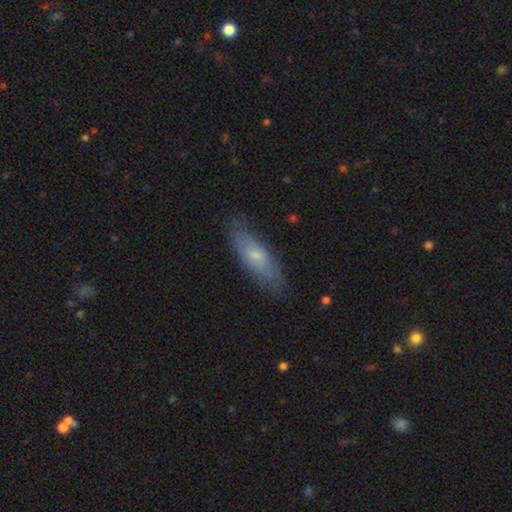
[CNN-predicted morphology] smooth 58%, featured or disk 35%, star or artifact 6%. Down the decision tree: how rounded — in between (50%); merging — none (76%).